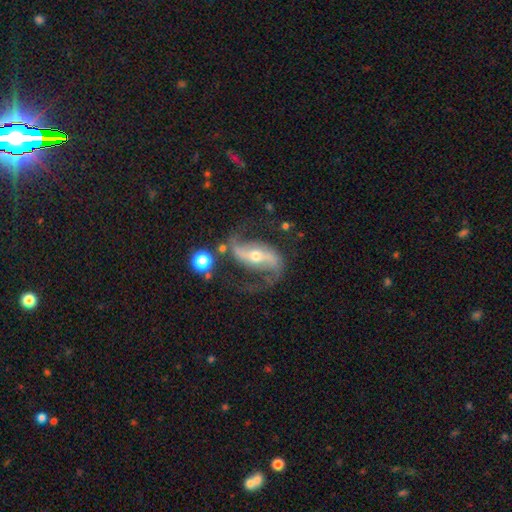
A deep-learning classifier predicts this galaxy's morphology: featured or disk 89%, star or artifact 6%, smooth 5%. Down the decision tree: edge-on disk — no (95%); bar — strong (51%); spiral arms — yes (96%); spiral arm count — 2 (91%); spiral winding — loose (46%); bulge size — moderate (52%); merging — none (65%).